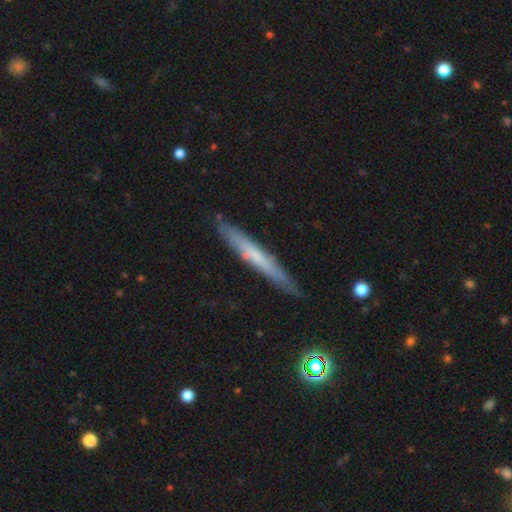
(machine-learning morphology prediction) The model was most divided on "smooth or featured": smooth: 48%, featured or disk: 45%, star or artifact: 7%. More confident: merging — none (87%).